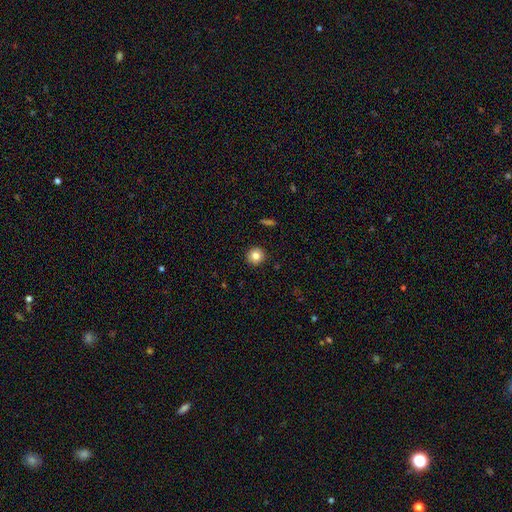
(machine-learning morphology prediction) This is clearly a smooth galaxy (82%). How rounded: clearly round (94%). Merging: clearly none (93%).